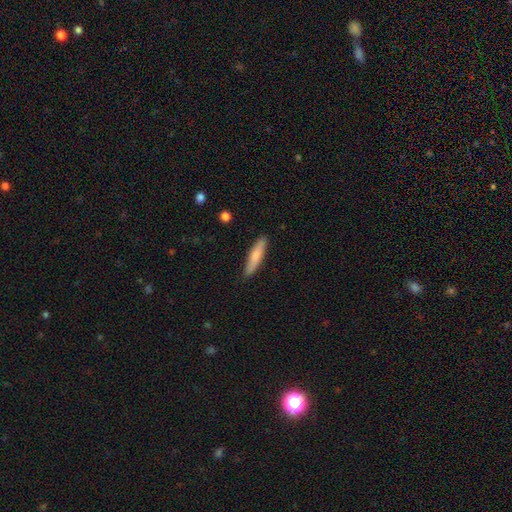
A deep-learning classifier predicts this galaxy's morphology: Smooth or featured? smooth (77%)
How rounded? cigar-shaped (84%)
Merging? none (86%)